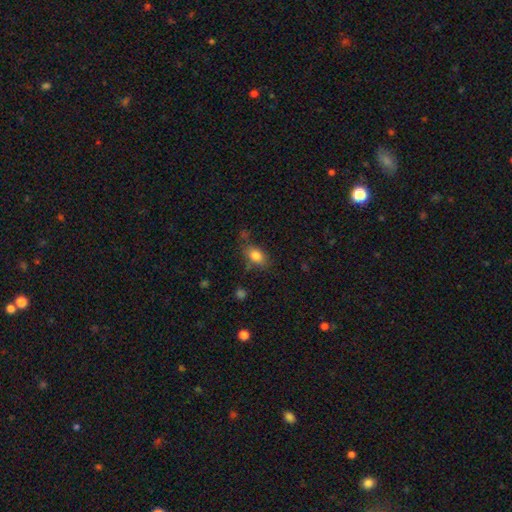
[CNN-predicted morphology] Smooth or featured? Predicted: smooth (p=0.82). How rounded? Predicted: in between (p=0.81). Merging? Predicted: none (p=0.69).